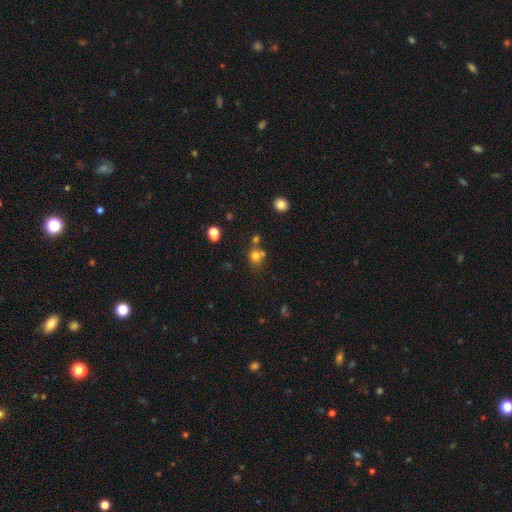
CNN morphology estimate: The model was most divided on "merging": none: 56%, merger: 28%, minor disturbance: 11%, major disturbance: 4%. More confident: how rounded — round (81%); smooth or featured — smooth (75%).